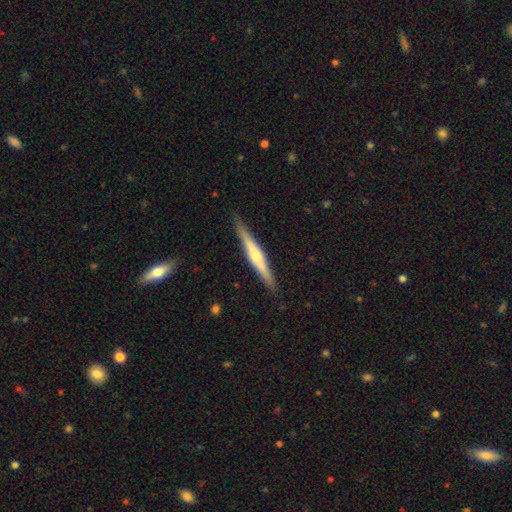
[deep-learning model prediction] A featured or disk galaxy (65%) viewed edge-on (97%) with a rounded central bulge (77%).

Vote fractions:
- Smooth or featured? featured or disk: 65% / smooth: 30% / star or artifact: 5%
- Edge-on disk? yes: 97% / no: 3%
- Edge-on bulge? rounded: 77% / none: 15% / boxy: 8%
- Merging? none: 89% / minor disturbance: 8% / major disturbance: 2% / merger: 1%